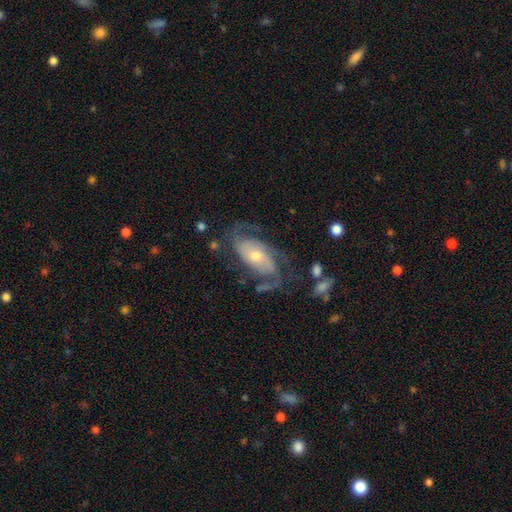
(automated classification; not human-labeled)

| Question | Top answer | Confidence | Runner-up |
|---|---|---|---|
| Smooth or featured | featured or disk | 84% | smooth (11%) |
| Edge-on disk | no | 96% | yes (4%) |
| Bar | no | 65% | weak (26%) |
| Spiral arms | yes | 94% | no (6%) |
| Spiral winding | medium | 45% | tight (30%) |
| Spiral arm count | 2 | 60% | 3 (14%) |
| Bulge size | moderate | 49% | small (43%) |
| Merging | none | 60% | minor disturbance (19%) |